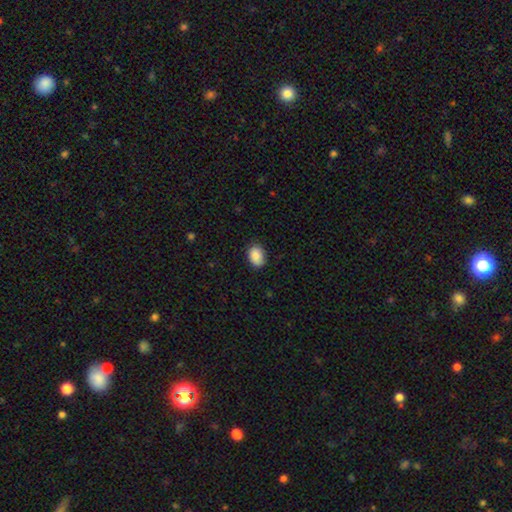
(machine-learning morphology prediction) Smooth or featured?
  - smooth: 89% *
  - star or artifact: 7%
  - featured or disk: 3%
How rounded?
  - in between: 80% *
  - round: 19%
  - cigar-shaped: 1%
Merging?
  - none: 83% *
  - minor disturbance: 13%
  - major disturbance: 2%
  - merger: 1%